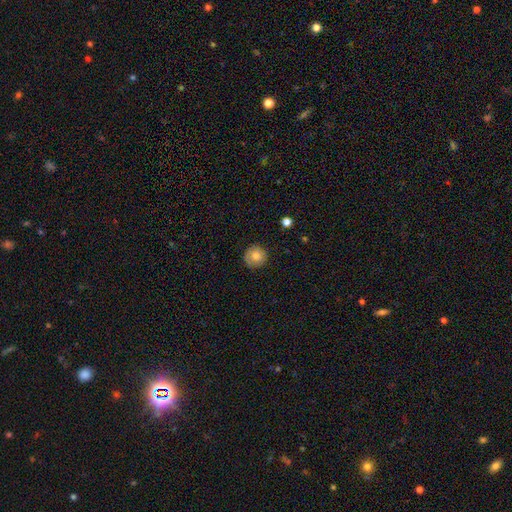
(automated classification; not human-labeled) smooth 78%, featured or disk 13%, star or artifact 9%. Down the decision tree: how rounded — round (94%); merging — none (86%).